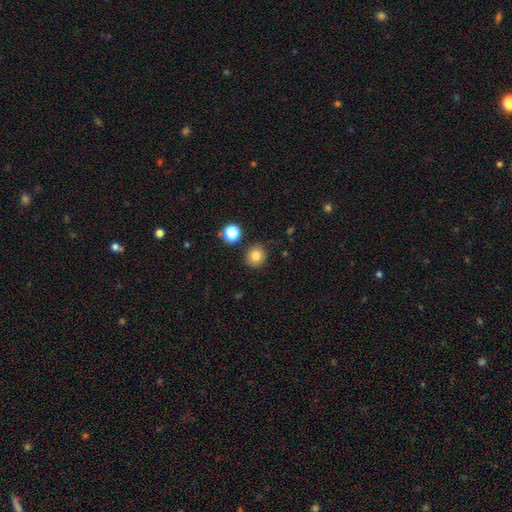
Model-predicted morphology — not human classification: Overall: smooth (81%). How rounded: round (90%). Merging: none (87%).